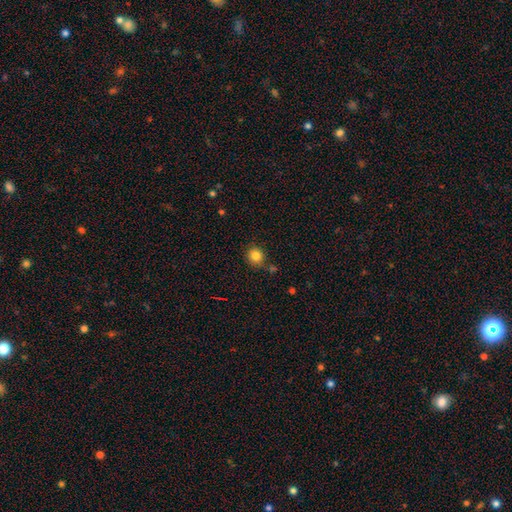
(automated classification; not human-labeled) smooth 83%, star or artifact 11%, featured or disk 6%. Down the decision tree: how rounded — round (86%); merging — none (78%).